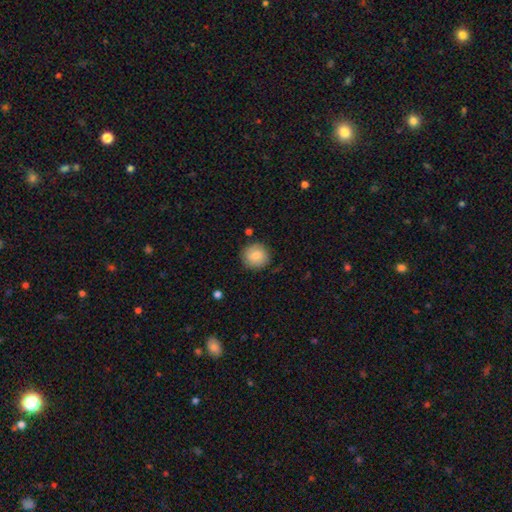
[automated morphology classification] Smooth or featured? Predicted: smooth (p=0.82). How rounded? Predicted: round (p=0.91). Merging? Predicted: none (p=0.87).